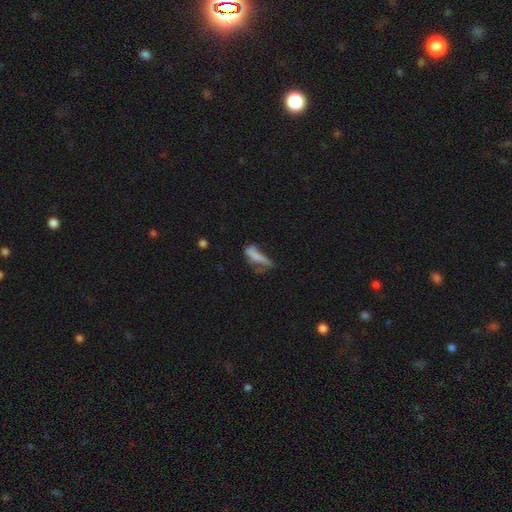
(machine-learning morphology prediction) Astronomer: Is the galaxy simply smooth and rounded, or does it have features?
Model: smooth — 64%.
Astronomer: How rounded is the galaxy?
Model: cigar-shaped — 59% (runner-up: in between, 38%).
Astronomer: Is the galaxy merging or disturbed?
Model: major disturbance — 33% (runner-up: none, 28%).